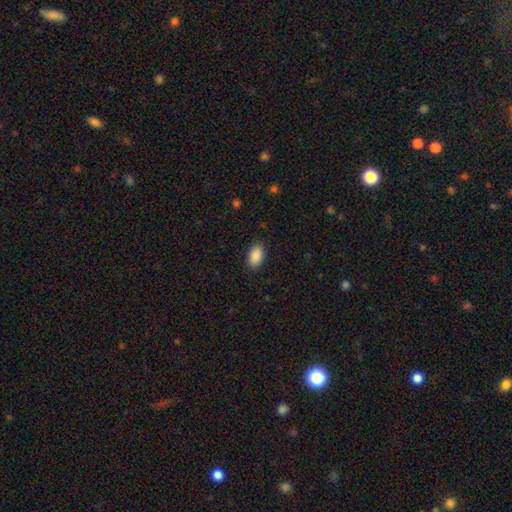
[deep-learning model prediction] smooth 90%, star or artifact 7%, featured or disk 3%. Down the decision tree: how rounded — in between (92%); merging — none (88%).